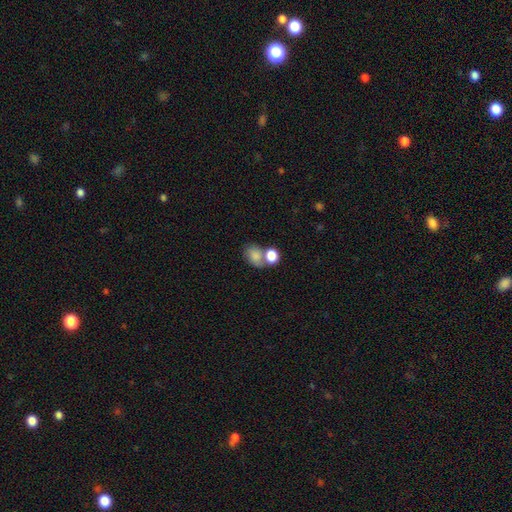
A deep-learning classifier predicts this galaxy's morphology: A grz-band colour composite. It shows a smooth galaxy with no disk features (79%) that is in between round and cigar-shaped (60%). Merging: merger (42%).